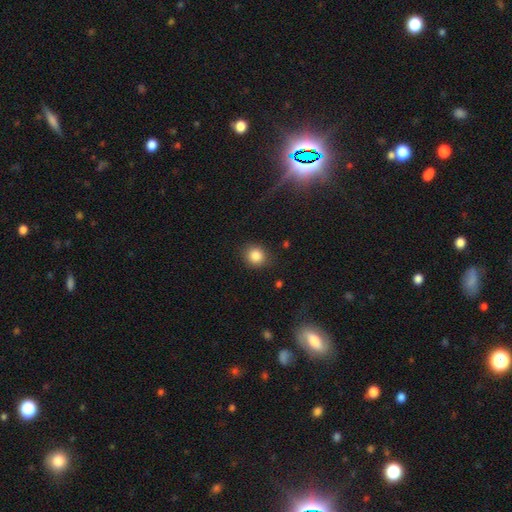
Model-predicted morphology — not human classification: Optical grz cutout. It shows a smooth galaxy with no disk features (85%) that is round (81%). Merging: none (86%).